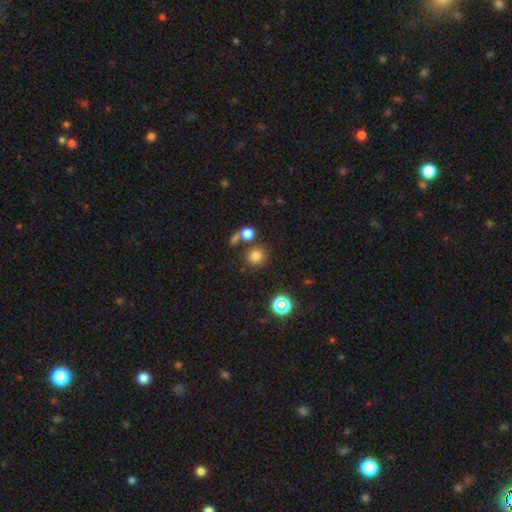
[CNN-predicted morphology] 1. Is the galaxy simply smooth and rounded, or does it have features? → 77% smooth, 15% star or artifact, 8% featured or disk.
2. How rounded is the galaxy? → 90% round, 9% in between, 1% cigar-shaped.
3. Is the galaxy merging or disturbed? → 68% none, 17% merger, 10% minor disturbance, 5% major disturbance.